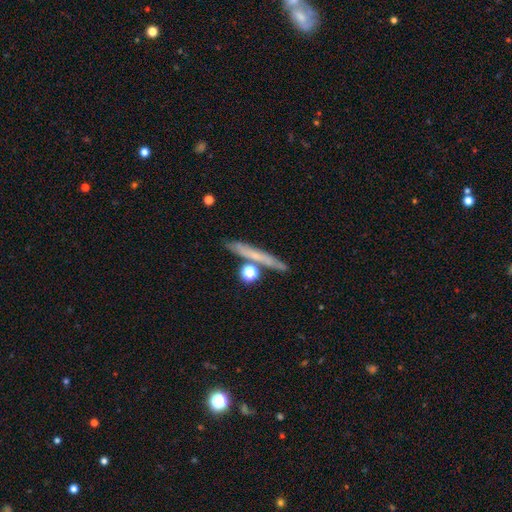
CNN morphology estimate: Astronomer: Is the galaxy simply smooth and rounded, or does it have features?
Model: smooth — 51% (runner-up: featured or disk, 38%).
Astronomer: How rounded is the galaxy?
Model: cigar-shaped — 85%.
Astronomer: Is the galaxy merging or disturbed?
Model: none — 76%.